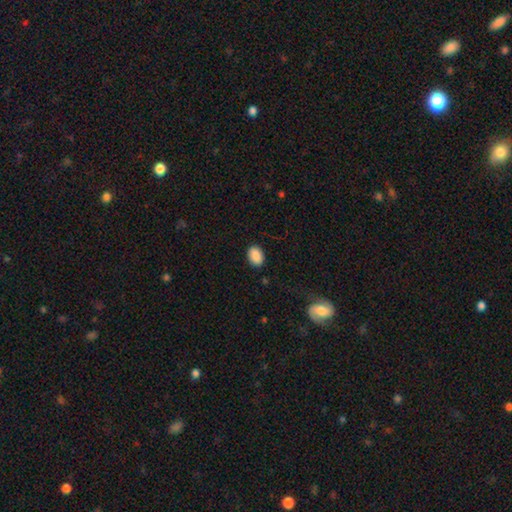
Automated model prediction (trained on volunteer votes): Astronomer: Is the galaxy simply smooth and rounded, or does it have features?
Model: smooth — 89%.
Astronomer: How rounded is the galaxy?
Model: in between — 80%.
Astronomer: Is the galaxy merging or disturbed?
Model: none — 88%.